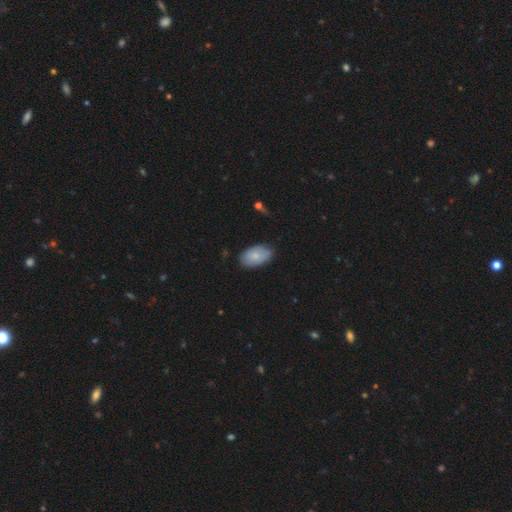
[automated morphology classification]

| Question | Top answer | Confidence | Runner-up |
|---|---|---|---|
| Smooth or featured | smooth | 78% | featured or disk (16%) |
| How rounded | in between | 94% | round (5%) |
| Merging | none | 77% | minor disturbance (19%) |